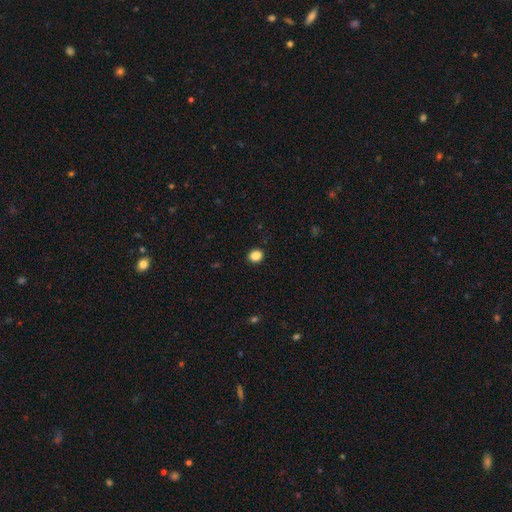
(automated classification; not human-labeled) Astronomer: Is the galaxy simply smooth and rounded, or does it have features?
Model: smooth — 86%.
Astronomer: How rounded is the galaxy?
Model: round — 69%.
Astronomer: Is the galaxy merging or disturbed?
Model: none — 90%.